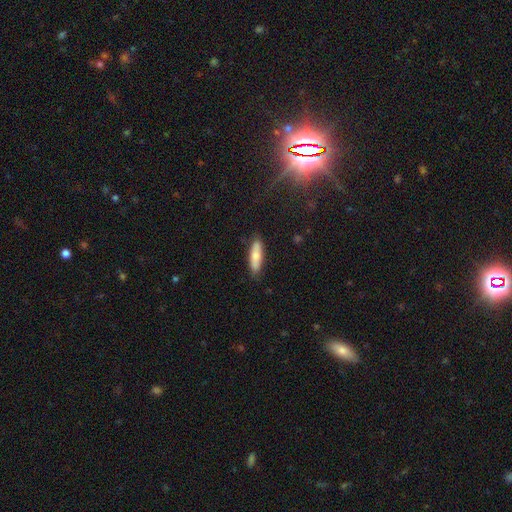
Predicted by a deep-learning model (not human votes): Morphology: type=smooth (75%); roundness=cigar-shaped (58%); merging=none (85%).